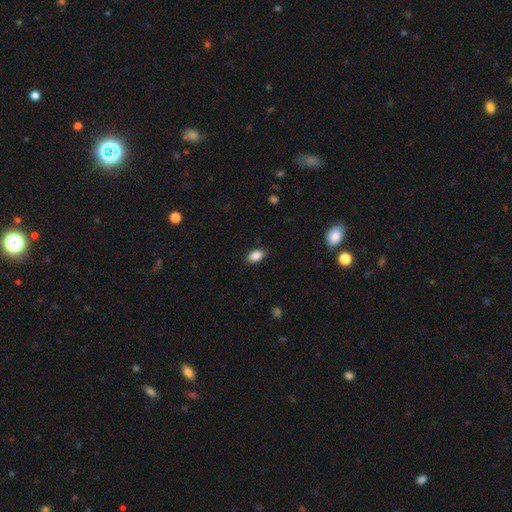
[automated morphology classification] Smooth or featured? Predicted: smooth (p=0.88). How rounded? Predicted: in between (p=0.92). Merging? Predicted: none (p=0.87).